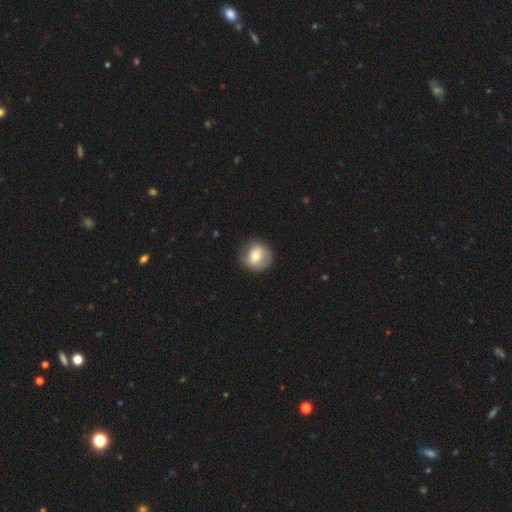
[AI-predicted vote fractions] A smooth galaxy with no disk features (71%) that is round (89%).

Vote fractions:
- Smooth or featured? smooth: 71% / featured or disk: 21% / star or artifact: 8%
- How rounded? round: 89% / in between: 10% / cigar-shaped: 1%
- Merging? none: 82% / minor disturbance: 13% / major disturbance: 4% / merger: 1%